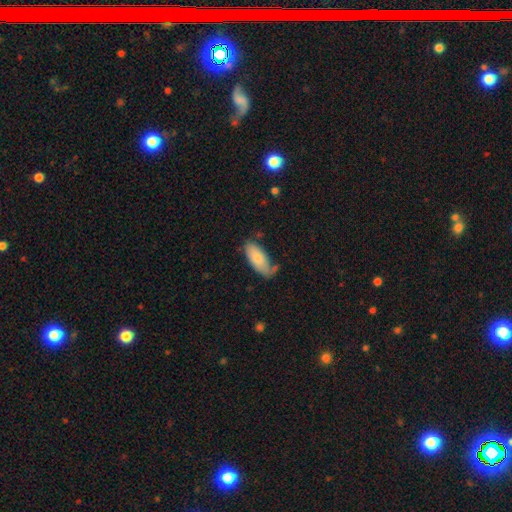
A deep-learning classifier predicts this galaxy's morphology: This is likely a smooth galaxy (77%). How rounded: clearly in between (83%). Merging: possibly none (58%).